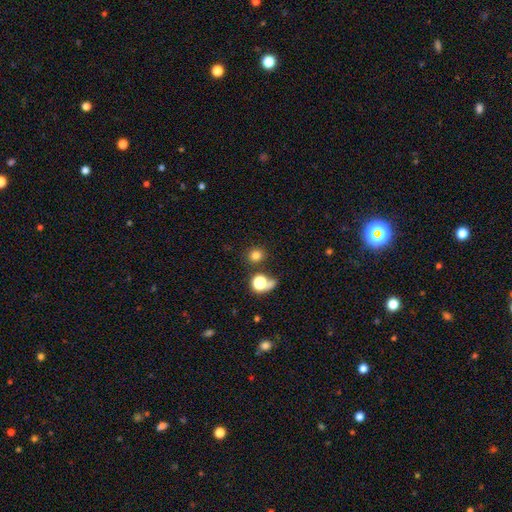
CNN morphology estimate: Smooth or featured: smooth — 77% (star or artifact — 17%)
How rounded: round — 84% (in between — 15%)
Merging: none — 79% (merger — 9%)